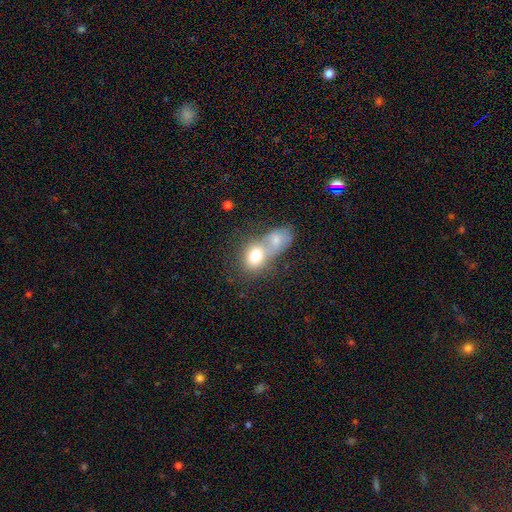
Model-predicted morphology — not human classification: Q: Smooth or featured?
A: smooth (74%); runner-up: featured or disk (17%)
Q: How rounded?
A: in between (55%); runner-up: round (43%)
Q: Merging?
A: merger (63%); runner-up: none (22%)